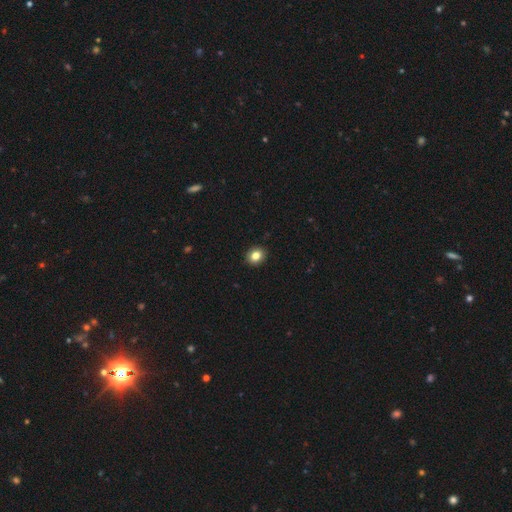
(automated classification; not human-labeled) A smooth galaxy with no disk features (83%) that is round (66%). Merging: none (92%).